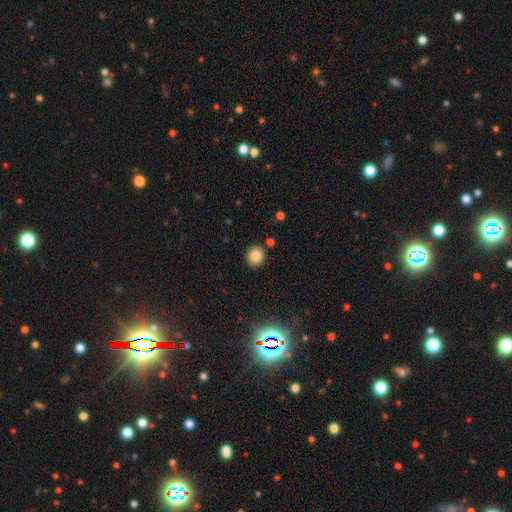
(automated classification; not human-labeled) Smooth or featured?
  - smooth: 83% *
  - star or artifact: 11%
  - featured or disk: 7%
How rounded?
  - round: 85% *
  - in between: 14%
  - cigar-shaped: 1%
Merging?
  - none: 88% *
  - minor disturbance: 6%
  - merger: 3%
  - major disturbance: 2%